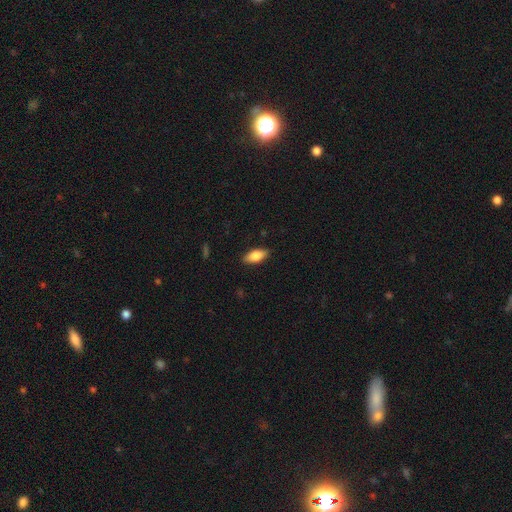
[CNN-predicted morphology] A smooth galaxy with no disk features (81%) that is in between round and cigar-shaped (86%). Merging: none (88%).